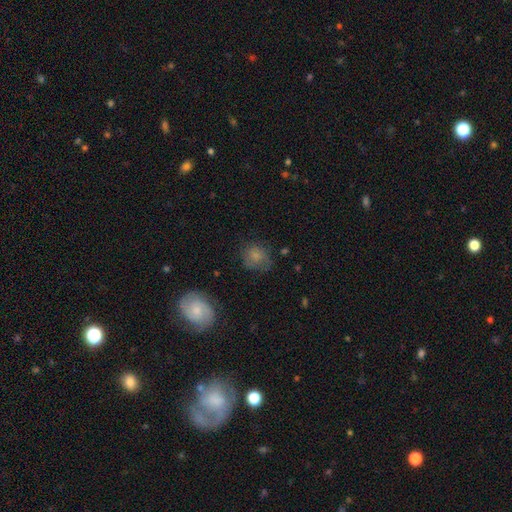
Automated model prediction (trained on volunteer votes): smooth 73%, featured or disk 16%, star or artifact 12%. Down the decision tree: how rounded — round (71%); merging — none (58%).